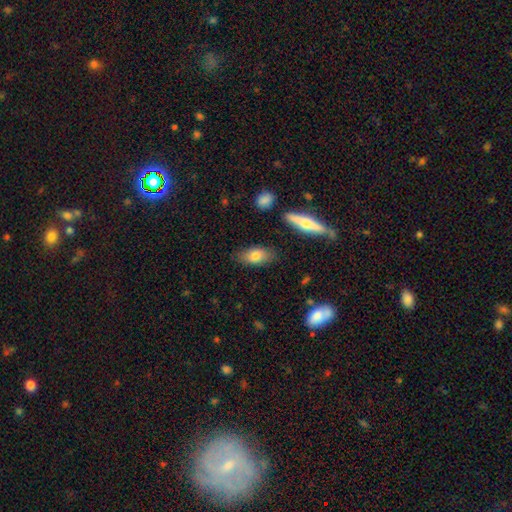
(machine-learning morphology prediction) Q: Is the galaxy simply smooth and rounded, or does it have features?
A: smooth — 76%.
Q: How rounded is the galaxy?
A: in between — 86%.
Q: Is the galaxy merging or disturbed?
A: none — 81%.